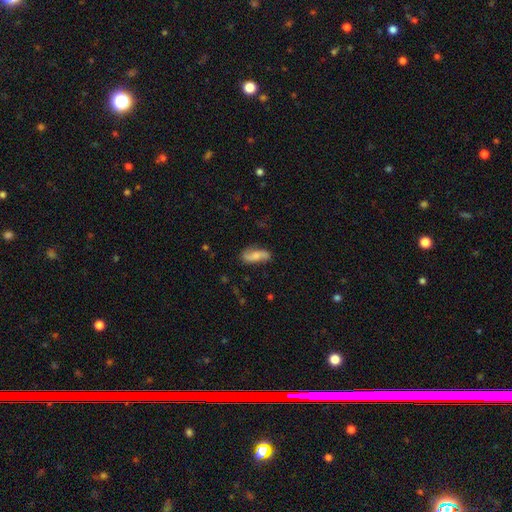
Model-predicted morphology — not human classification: type=featured or disk (60%); edge-on=no (92%); bar=no (56%); spiral arms=yes (92%); winding=loose (70%); arm count=2 (91%); bulge=moderate (36%); merging=none (77%).